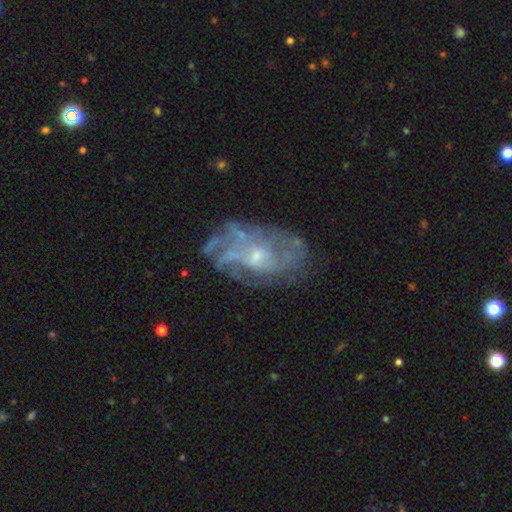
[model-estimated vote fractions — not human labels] A featured or disk galaxy (79%) with no bar (62%), medium (40%) spiral arms (78%) and a small central bulge (61%).

Vote fractions:
- Smooth or featured? featured or disk: 79% / smooth: 12% / star or artifact: 8%
- Edge-on disk? no: 97% / yes: 3%
- Bar? no: 62% / weak: 32% / strong: 5%
- Spiral arms? yes: 78% / no: 22%
- Spiral winding? medium: 40% / tight: 36% / loose: 24%
- Spiral arm count? can't tell: 45% / 4: 16% / 3: 15% / 2: 11% / more than 4: 8% / 1: 6%
- Bulge size? small: 61% / moderate: 30% / none: 6% / large: 2% / dominant: 1%
- Merging? none: 54% / minor disturbance: 21% / major disturbance: 21% / merger: 4%